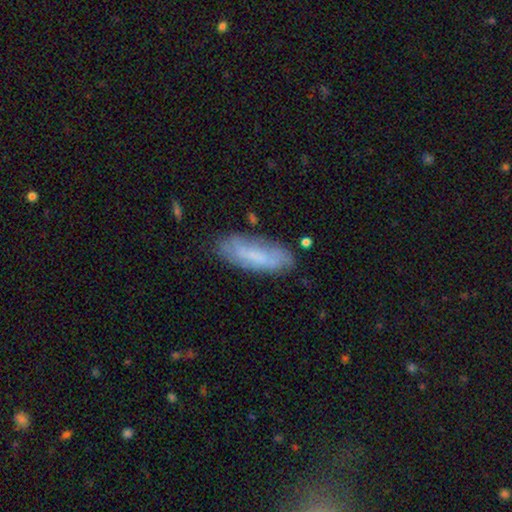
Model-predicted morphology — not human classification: Overall: smooth (58%; featured or disk 35%). How rounded: in between (60%; cigar-shaped 38%). Merging: none (69%).